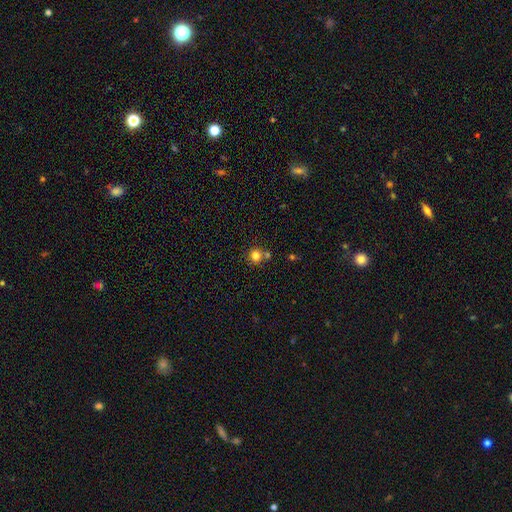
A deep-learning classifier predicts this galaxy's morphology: A smooth galaxy with no disk features (80%) that is round (93%).

Vote fractions:
- Smooth or featured? smooth: 80% / star or artifact: 14% / featured or disk: 7%
- How rounded? round: 93% / in between: 6% / cigar-shaped: 1%
- Merging? none: 72% / merger: 17% / minor disturbance: 8% / major disturbance: 3%